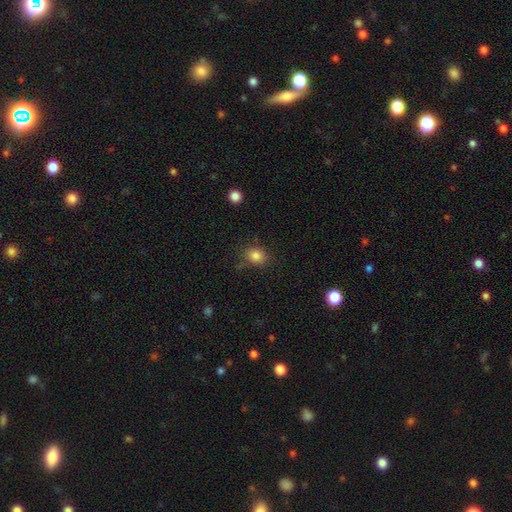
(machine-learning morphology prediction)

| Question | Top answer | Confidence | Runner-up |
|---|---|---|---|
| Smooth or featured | smooth | 83% | star or artifact (11%) |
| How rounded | round | 55% | in between (44%) |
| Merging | none | 78% | minor disturbance (15%) |